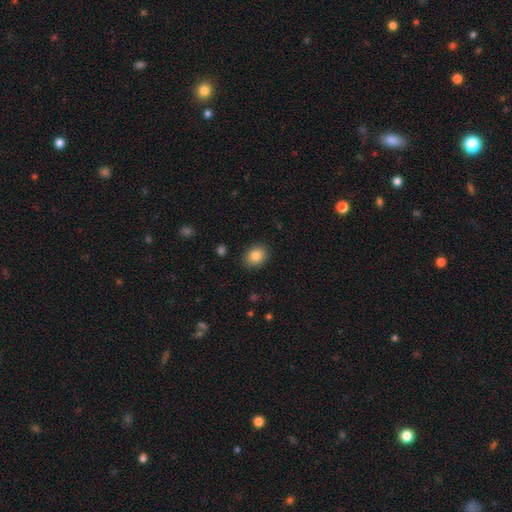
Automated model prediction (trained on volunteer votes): Smooth or featured? smooth (85%)
How rounded? in between (55%)
Merging? none (88%)